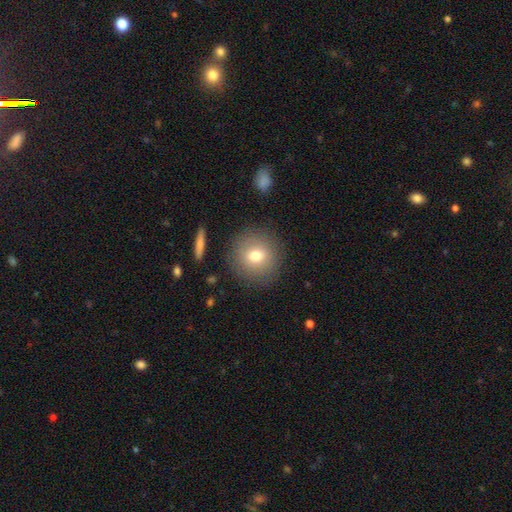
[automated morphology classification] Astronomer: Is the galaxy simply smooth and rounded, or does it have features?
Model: smooth — 73%.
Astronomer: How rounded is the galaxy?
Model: round — 92%.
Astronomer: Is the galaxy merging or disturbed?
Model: none — 87%.